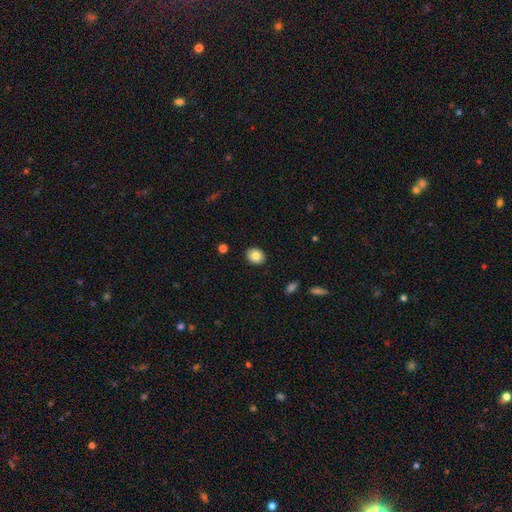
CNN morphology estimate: smooth_or_featured: smooth (p=0.82) [alt: featured or disk p=0.09]
how_rounded: round (p=0.64) [alt: in between p=0.36]
merging: none (p=0.90) [alt: minor disturbance p=0.07]